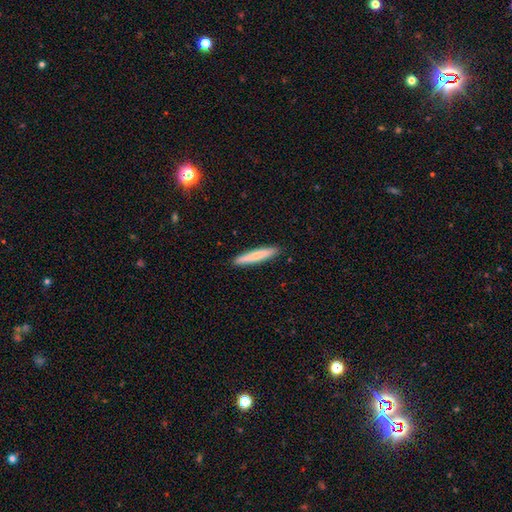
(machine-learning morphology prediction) Smooth or featured? smooth (75%)
How rounded? cigar-shaped (93%)
Merging? none (91%)